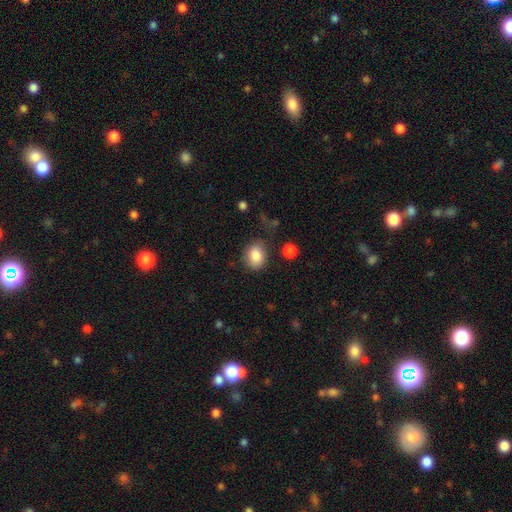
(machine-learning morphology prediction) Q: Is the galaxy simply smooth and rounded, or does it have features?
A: smooth — 86%.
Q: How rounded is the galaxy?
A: in between — 54%.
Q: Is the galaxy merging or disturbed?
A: none — 75%.